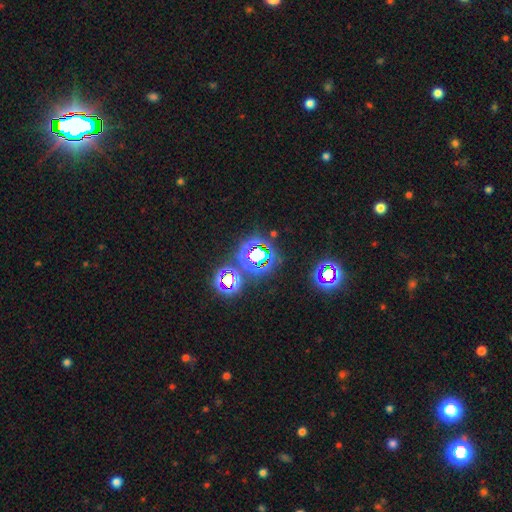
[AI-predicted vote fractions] smooth_or_featured: star or artifact (p=0.70) [alt: smooth p=0.19]